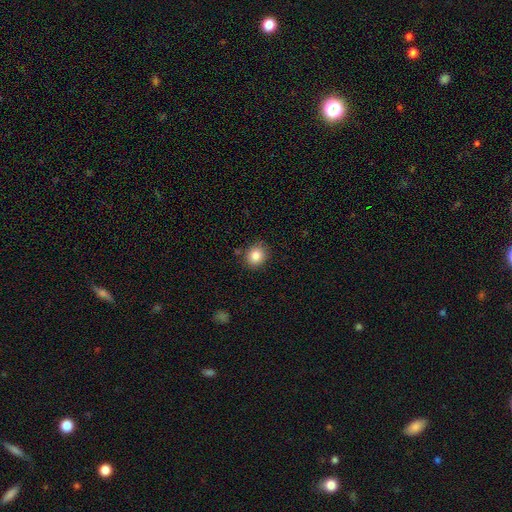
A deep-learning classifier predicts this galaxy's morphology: This appears to be a smooth galaxy with no disk features (84%) that is round (78%). Merging: none (85%).